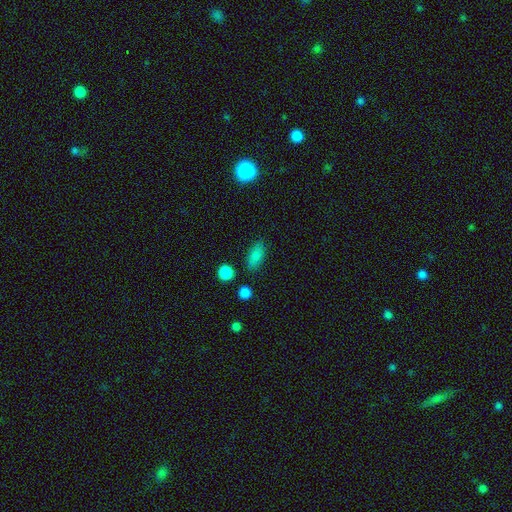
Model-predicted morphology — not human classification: smooth_or_featured: smooth (p=0.82) [alt: star or artifact p=0.09]
how_rounded: in between (p=0.84) [alt: cigar-shaped p=0.10]
merging: none (p=0.80) [alt: minor disturbance p=0.12]